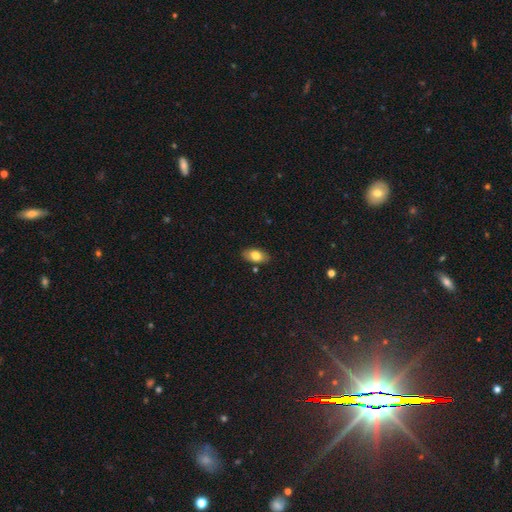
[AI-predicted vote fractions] Smooth or featured?
  - smooth: 77% *
  - featured or disk: 15%
  - star or artifact: 8%
How rounded?
  - in between: 91% *
  - round: 5%
  - cigar-shaped: 4%
Merging?
  - none: 84% *
  - minor disturbance: 11%
  - major disturbance: 2%
  - merger: 2%